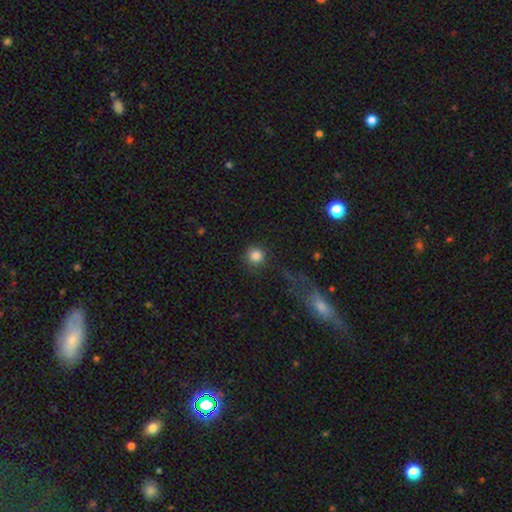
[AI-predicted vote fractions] A smooth galaxy with no disk features (86%) that is round (95%).

Vote fractions:
- Smooth or featured? smooth: 86% / star or artifact: 10% / featured or disk: 4%
- How rounded? round: 95% / in between: 4% / cigar-shaped: 1%
- Merging? none: 82% / minor disturbance: 9% / major disturbance: 5% / merger: 3%